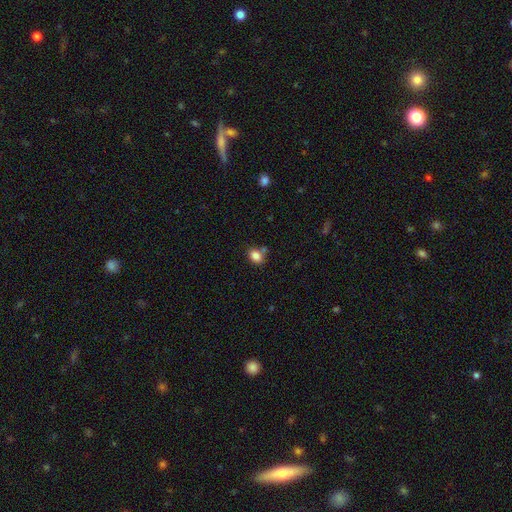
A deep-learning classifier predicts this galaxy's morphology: smooth_or_featured: smooth (p=0.84) [alt: star or artifact p=0.10]
how_rounded: in between (p=0.67) [alt: round p=0.32]
merging: none (p=0.69) [alt: minor disturbance p=0.14]